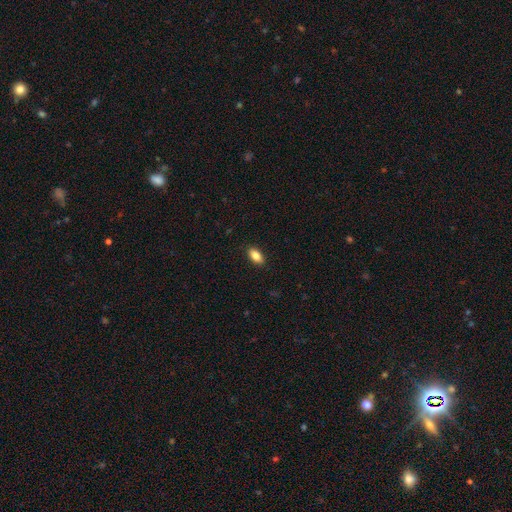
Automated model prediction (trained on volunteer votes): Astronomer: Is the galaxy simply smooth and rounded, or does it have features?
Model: smooth — 85%.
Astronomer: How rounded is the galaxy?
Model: in between — 91%.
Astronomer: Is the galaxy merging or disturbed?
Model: none — 89%.